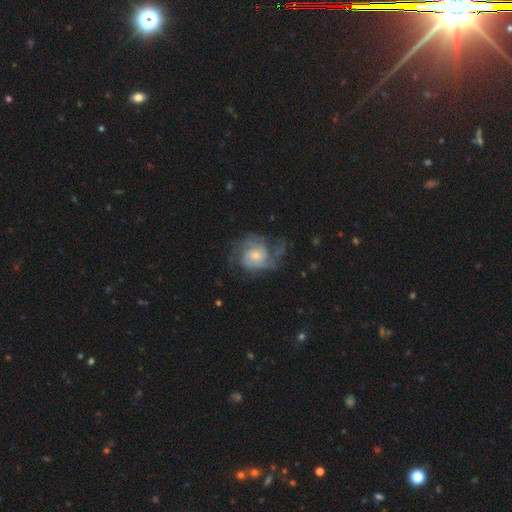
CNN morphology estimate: type=featured or disk (79%); edge-on=no (98%); bar=no (70%); spiral arms=yes (92%); winding=medium (42%); arm count=2 (37%); bulge=small (52%); merging=none (52%).